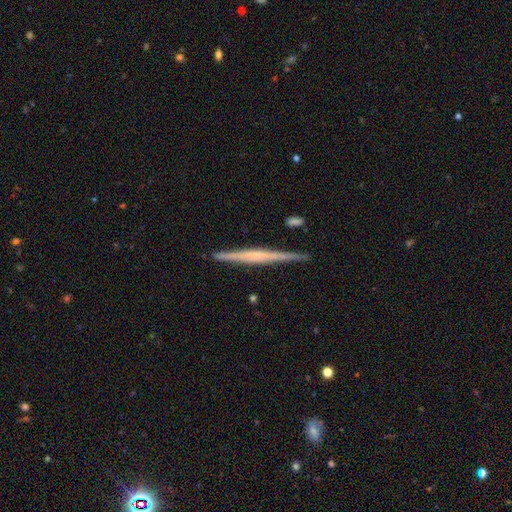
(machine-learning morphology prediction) Smooth or featured? Predicted: featured or disk (p=0.69). Edge-on disk? Predicted: yes (p=0.98). Edge-on bulge? Predicted: none (p=0.56). Merging? Predicted: none (p=0.90).